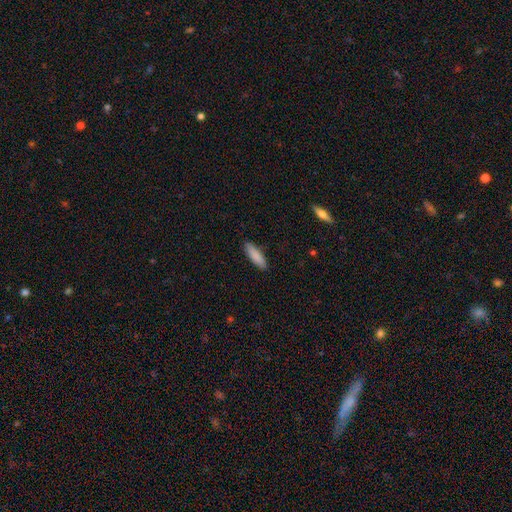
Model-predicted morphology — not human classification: type=smooth (88%); roundness=cigar-shaped (58%); merging=none (88%).